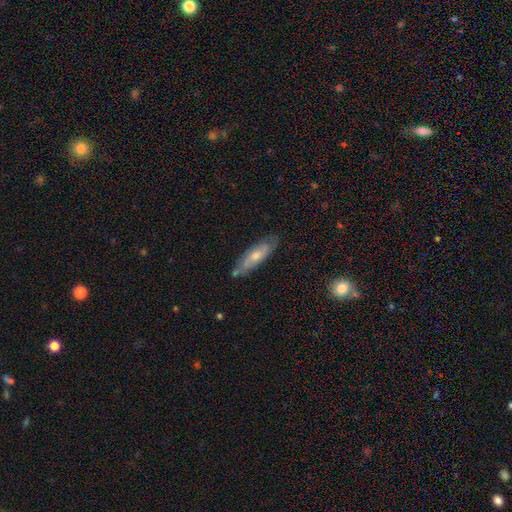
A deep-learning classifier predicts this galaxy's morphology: This is possibly a featured or disk galaxy (48%). Merging: likely none (75%).